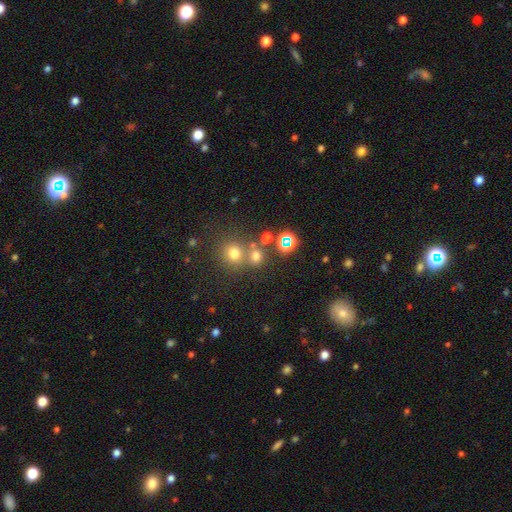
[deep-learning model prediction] This appears to be a smooth galaxy with no disk features (65%) that is round (84%). Merging: none (60%).